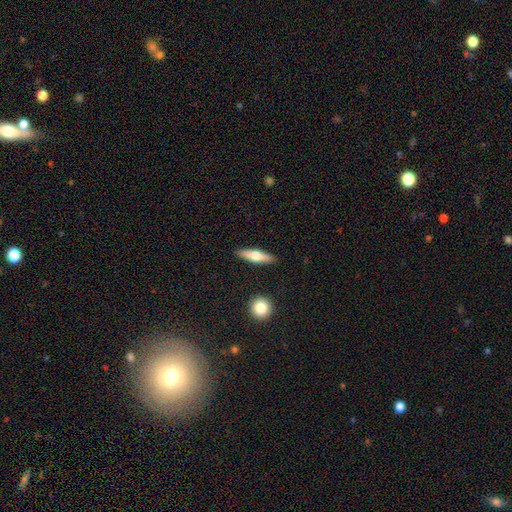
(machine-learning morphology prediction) This appears to be a smooth galaxy with no disk features (52%) that is cigar-shaped (66%). Merging: none (89%).